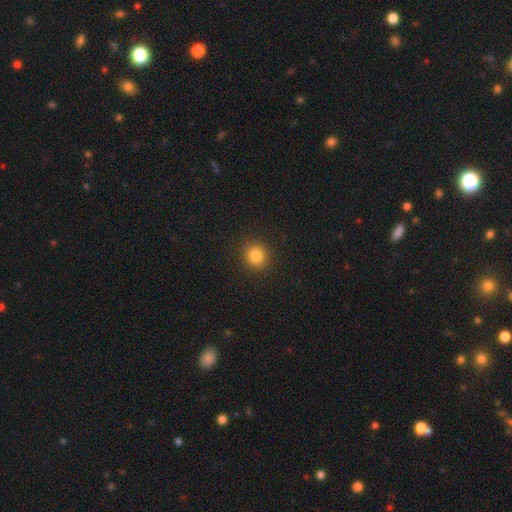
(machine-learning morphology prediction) Smooth or featured?
  - smooth: 83% *
  - star or artifact: 12%
  - featured or disk: 5%
How rounded?
  - round: 88% *
  - in between: 11%
  - cigar-shaped: 1%
Merging?
  - none: 91% *
  - minor disturbance: 6%
  - major disturbance: 2%
  - merger: 1%